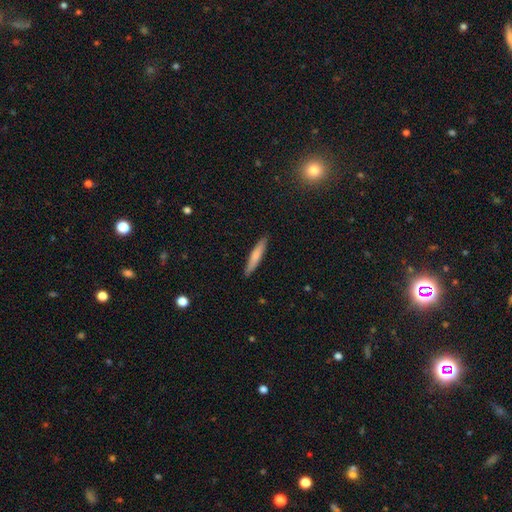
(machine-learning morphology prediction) smooth_or_featured: smooth (p=0.72) [alt: featured or disk p=0.23]
how_rounded: cigar-shaped (p=0.91) [alt: in between p=0.08]
merging: none (p=0.89) [alt: minor disturbance p=0.08]